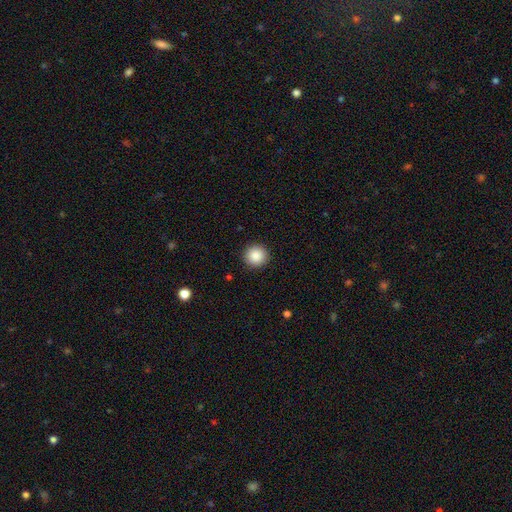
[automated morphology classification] smooth 87%, star or artifact 9%, featured or disk 4%. Down the decision tree: how rounded — round (94%); merging — none (92%).